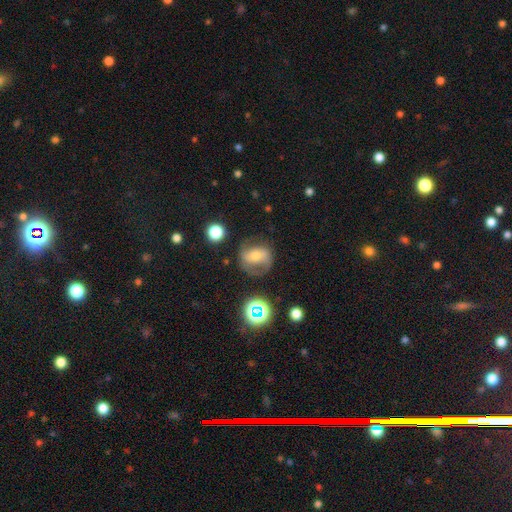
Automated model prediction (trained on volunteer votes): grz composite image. It shows a featured or disk galaxy (60%) with a weak bar (36%), spiral arms (83%) and a moderate central bulge (52%). Merging: none (66%).